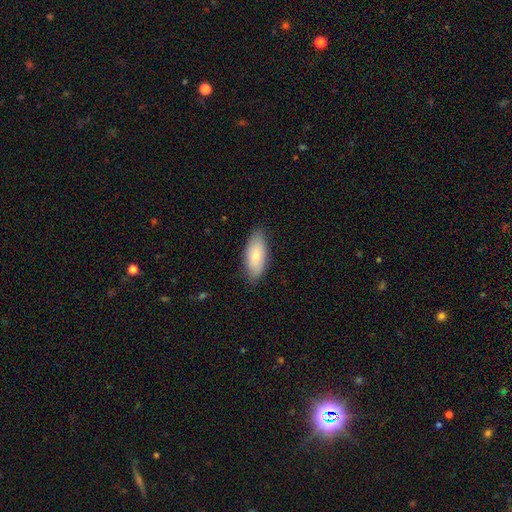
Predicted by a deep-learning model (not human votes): A smooth galaxy with no disk features (77%) that is in between round and cigar-shaped (85%). Merging: none (83%).